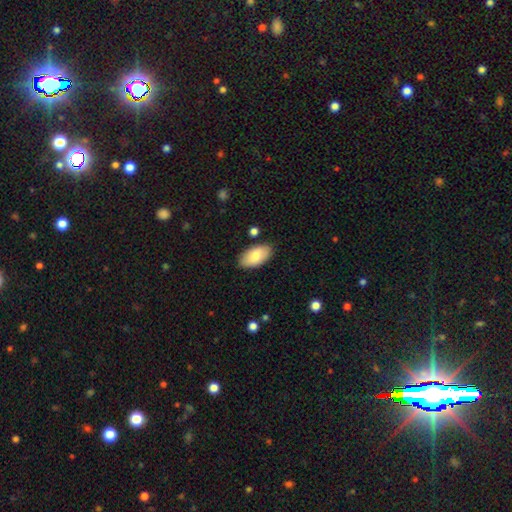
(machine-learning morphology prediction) Smooth or featured?
  - smooth: 79% *
  - featured or disk: 15%
  - star or artifact: 6%
How rounded?
  - in between: 95% *
  - round: 3%
  - cigar-shaped: 2%
Merging?
  - none: 85% *
  - minor disturbance: 11%
  - major disturbance: 2%
  - merger: 2%